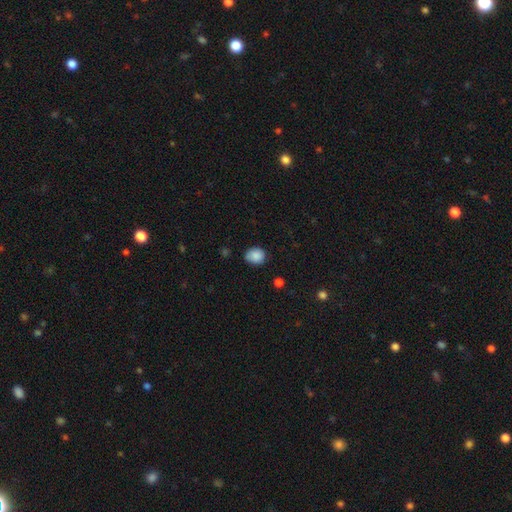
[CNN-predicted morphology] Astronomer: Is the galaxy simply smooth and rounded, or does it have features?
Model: smooth — 87%.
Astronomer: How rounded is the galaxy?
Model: round — 64%.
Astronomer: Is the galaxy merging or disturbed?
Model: none — 73%.